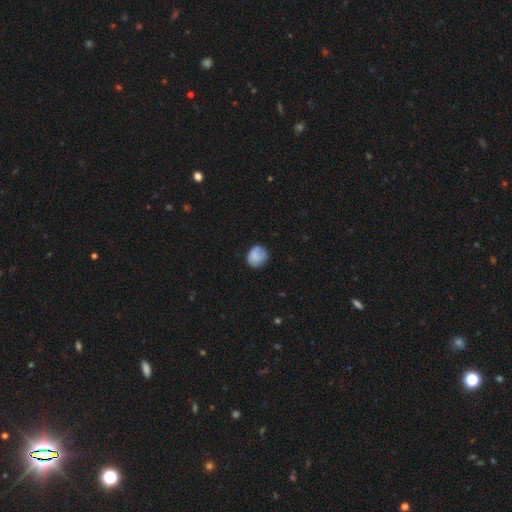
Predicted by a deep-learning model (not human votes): Smooth or featured?
  - smooth: 75% *
  - featured or disk: 17%
  - star or artifact: 8%
How rounded?
  - round: 79% *
  - in between: 20%
  - cigar-shaped: 1%
Merging?
  - none: 68% *
  - minor disturbance: 24%
  - major disturbance: 7%
  - merger: 2%